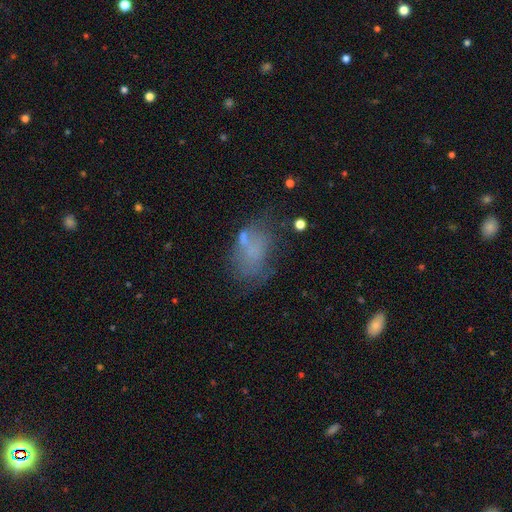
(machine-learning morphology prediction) smooth_or_featured: smooth (p=0.51) [alt: featured or disk p=0.34]
how_rounded: in between (p=0.82) [alt: round p=0.16]
merging: none (p=0.36) [alt: major disturbance p=0.27]